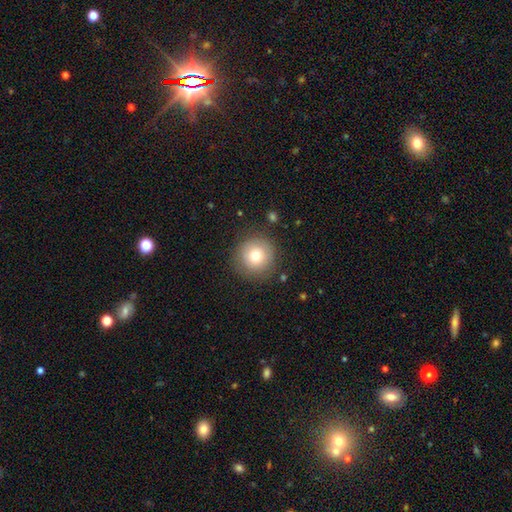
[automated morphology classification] This appears to be a smooth galaxy with no disk features (75%) that is round (95%). Merging: none (86%).